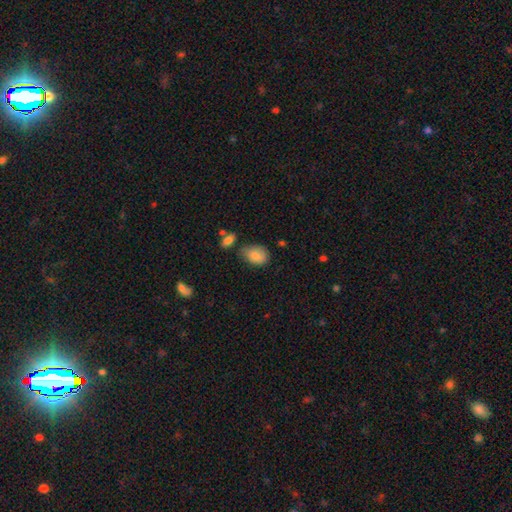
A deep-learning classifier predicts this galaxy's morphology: type=smooth (82%); roundness=in between (76%); merging=none (57%).